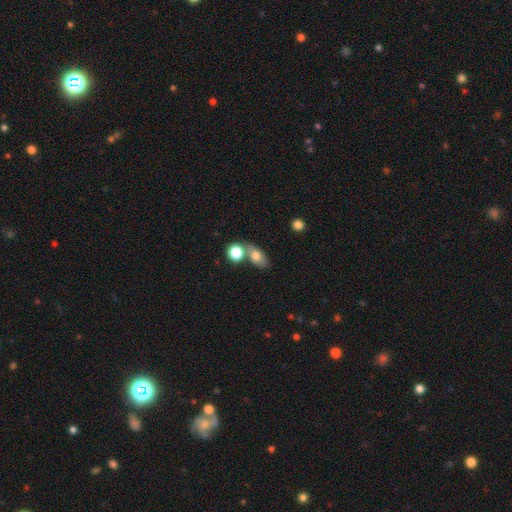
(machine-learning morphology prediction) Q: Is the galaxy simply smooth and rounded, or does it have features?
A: smooth — 74%.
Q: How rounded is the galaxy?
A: in between — 75%.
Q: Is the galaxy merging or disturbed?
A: none — 51%.